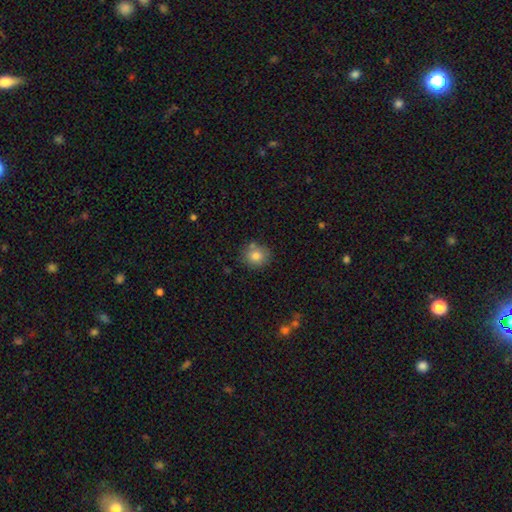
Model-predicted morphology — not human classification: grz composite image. It shows a smooth galaxy with no disk features (82%) that is round (80%). Merging: none (75%).